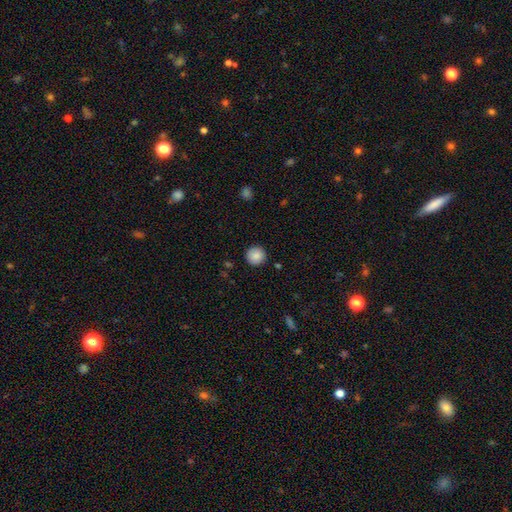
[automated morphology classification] Overall: smooth (88%). How rounded: round (95%). Merging: none (91%).